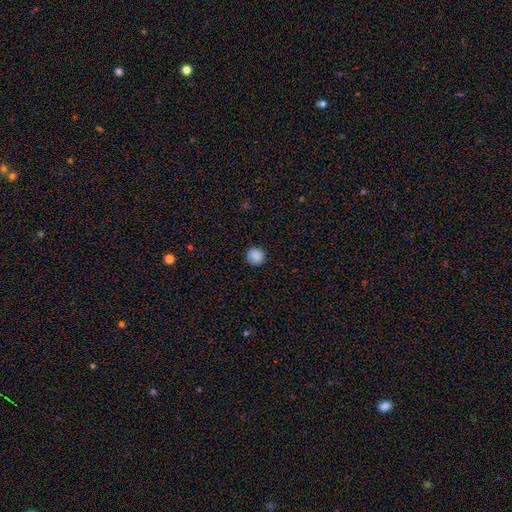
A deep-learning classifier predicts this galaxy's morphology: Smooth or featured? smooth (88%)
How rounded? round (94%)
Merging? none (91%)